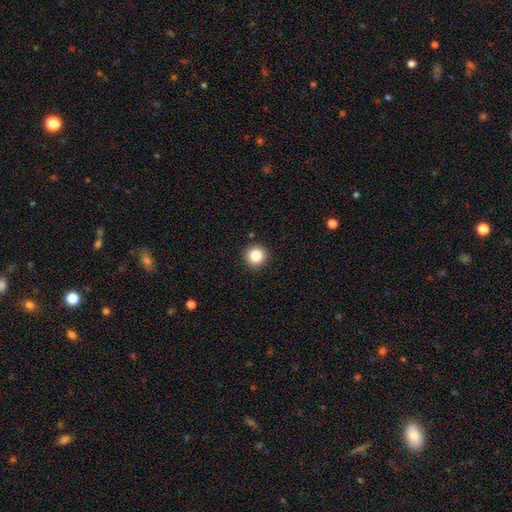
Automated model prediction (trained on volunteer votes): smooth 86%, star or artifact 10%, featured or disk 4%. Down the decision tree: how rounded — round (95%); merging — none (91%).